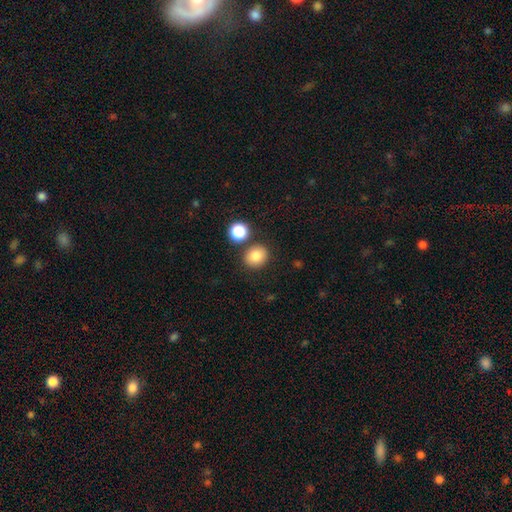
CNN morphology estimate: smooth_or_featured: smooth (p=0.84) [alt: star or artifact p=0.10]
how_rounded: round (p=0.73) [alt: in between p=0.26]
merging: none (p=0.79) [alt: merger p=0.10]